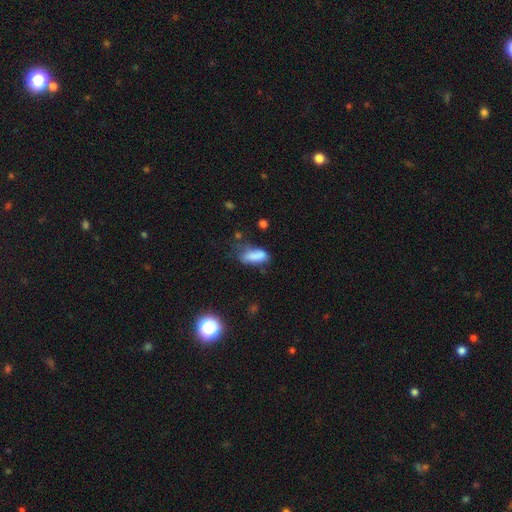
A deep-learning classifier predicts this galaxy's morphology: The model was most divided on "merging": none: 38%, minor disturbance: 34%, major disturbance: 21%, merger: 7%. More confident: how rounded — in between (79%); smooth or featured — smooth (78%).